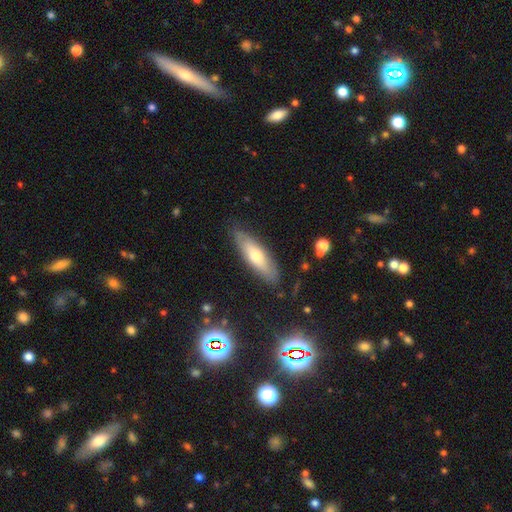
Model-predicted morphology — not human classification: Q: Smooth or featured?
A: smooth (53%); runner-up: featured or disk (39%)
Q: How rounded?
A: cigar-shaped (53%); runner-up: in between (45%)
Q: Merging?
A: none (83%); runner-up: minor disturbance (13%)